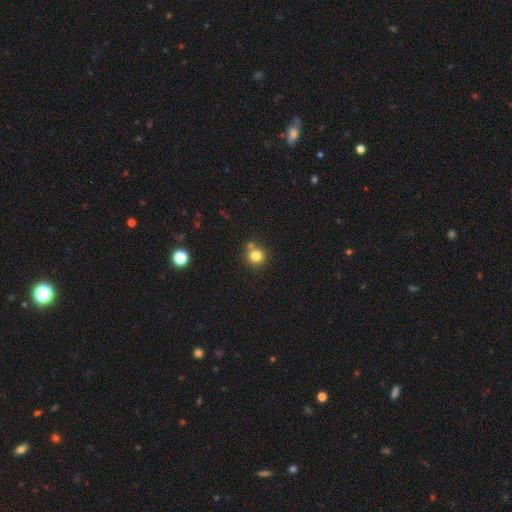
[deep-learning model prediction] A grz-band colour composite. It shows a smooth galaxy with no disk features (80%) that is round (92%). Merging: none (71%).